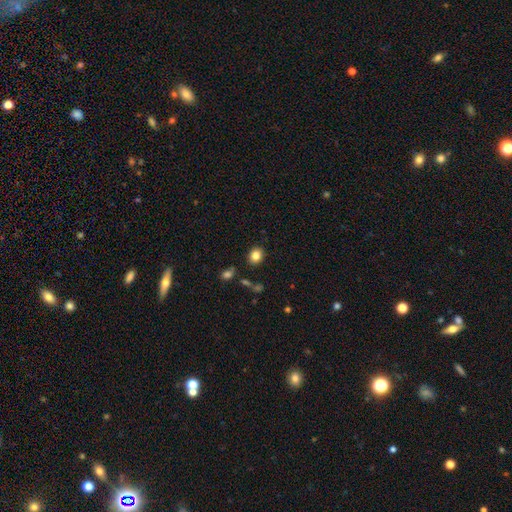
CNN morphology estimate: smooth-or-featured: smooth: 83% | star or artifact: 11% | featured or disk: 6%
  how-rounded: round: 56% | in between: 43% | cigar-shaped: 1%
  merging: none: 86% | minor disturbance: 9% | major disturbance: 3% | merger: 2%